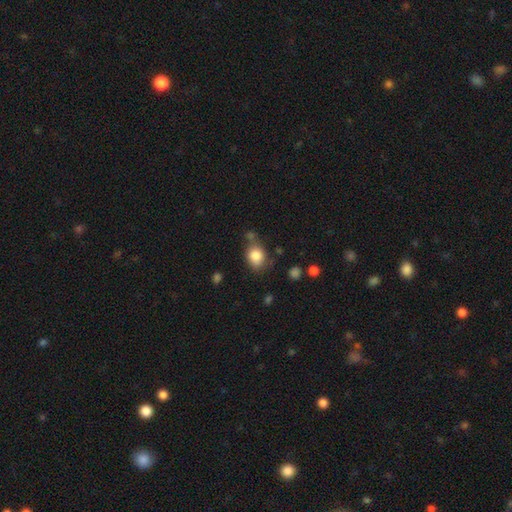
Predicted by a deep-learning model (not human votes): This appears to be a smooth galaxy with no disk features (83%) that is round (50%). Merging: none (65%).